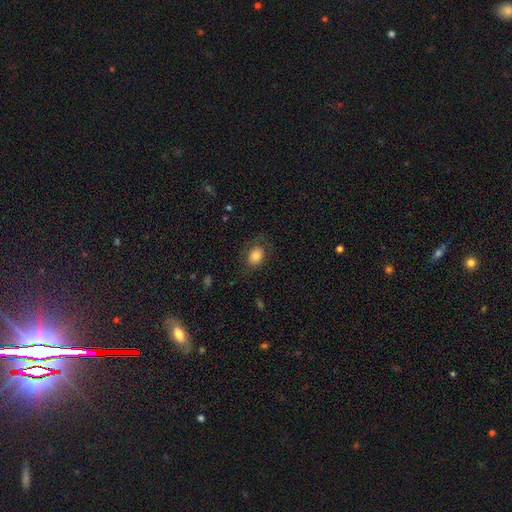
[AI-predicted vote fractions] Smooth or featured? smooth (76%)
How rounded? in between (67%)
Merging? none (67%)